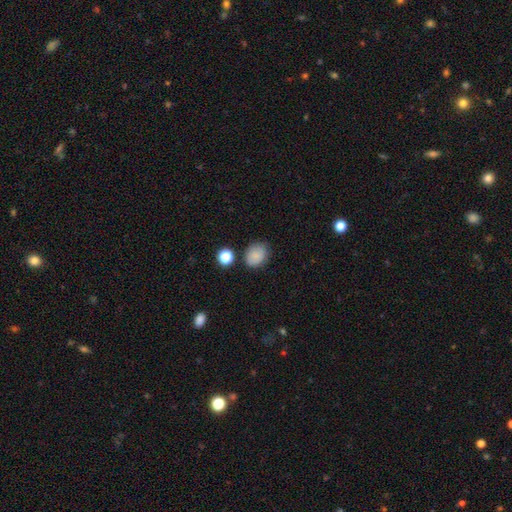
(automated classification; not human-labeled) Smooth or featured? smooth (83%)
How rounded? in between (52%)
Merging? none (76%)